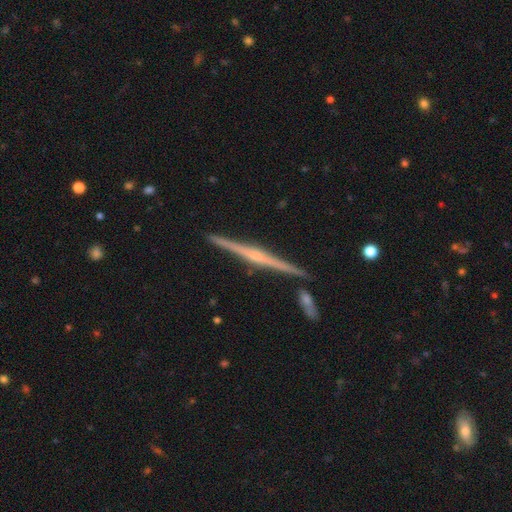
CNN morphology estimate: The model was most divided on "edge-on bulge": rounded: 66%, none: 21%, boxy: 13%. More confident: edge-on disk — yes (99%); merging — none (87%); smooth or featured — featured or disk (84%).